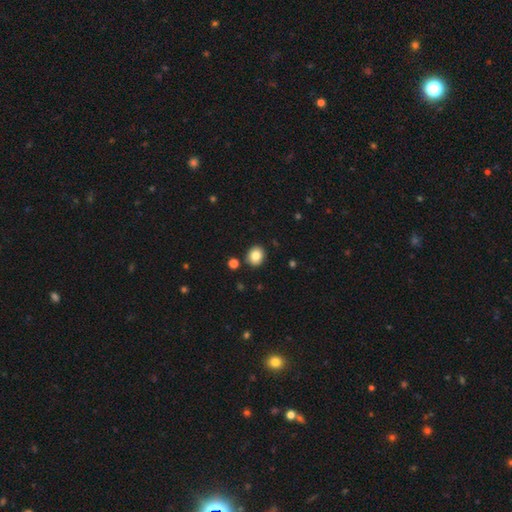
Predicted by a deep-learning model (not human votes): Q: Smooth or featured?
A: smooth (84%); runner-up: star or artifact (9%)
Q: How rounded?
A: round (68%); runner-up: in between (32%)
Q: Merging?
A: none (88%); runner-up: minor disturbance (7%)